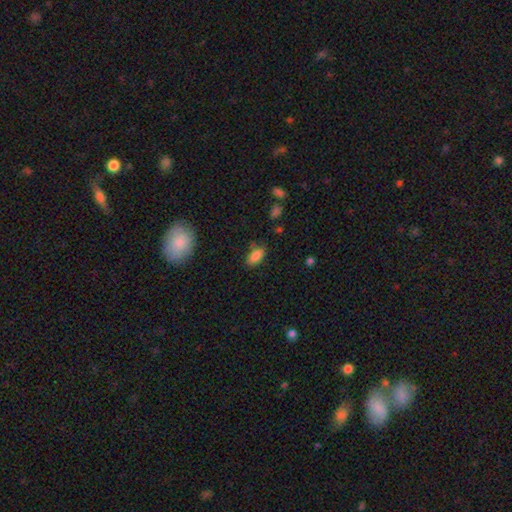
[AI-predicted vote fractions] A smooth galaxy with no disk features (85%) that is in between round and cigar-shaped (90%). Merging: none (78%).